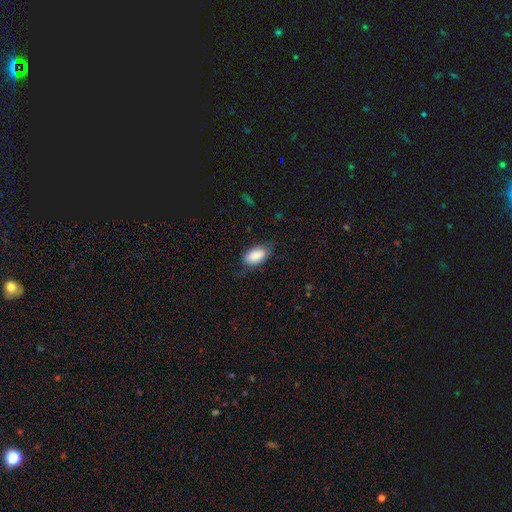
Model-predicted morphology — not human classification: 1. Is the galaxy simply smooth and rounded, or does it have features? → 84% smooth, 9% featured or disk, 6% star or artifact.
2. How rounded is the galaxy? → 93% in between, 4% round, 3% cigar-shaped.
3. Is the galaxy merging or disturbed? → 66% none, 24% minor disturbance, 9% major disturbance, 1% merger.